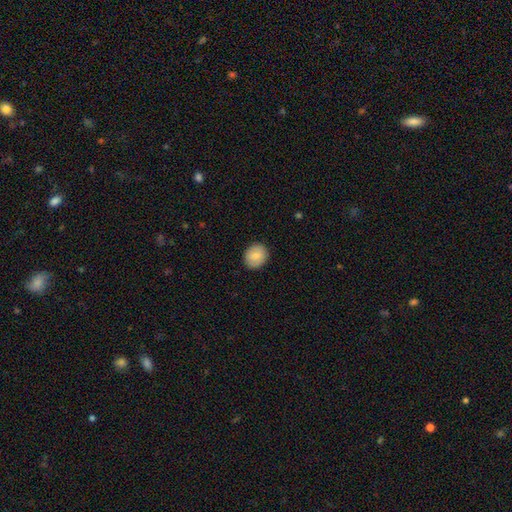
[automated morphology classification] smooth_or_featured: smooth (p=0.81) [alt: featured or disk p=0.12]
how_rounded: round (p=0.69) [alt: in between p=0.30]
merging: none (p=0.88) [alt: minor disturbance p=0.09]